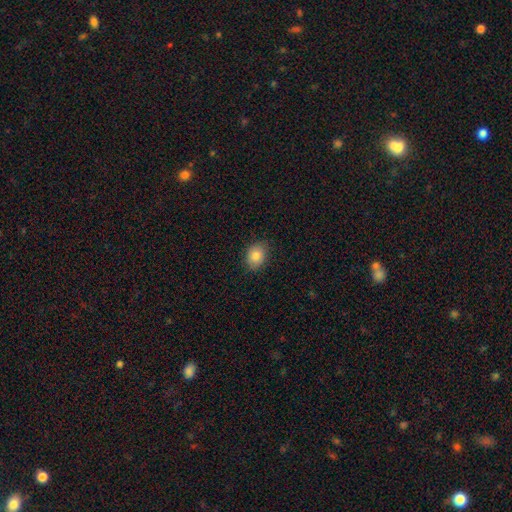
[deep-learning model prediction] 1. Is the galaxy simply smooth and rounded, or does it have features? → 86% smooth, 8% star or artifact, 6% featured or disk.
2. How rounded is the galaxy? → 61% in between, 38% round, 1% cigar-shaped.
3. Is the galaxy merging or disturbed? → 83% none, 13% minor disturbance, 3% major disturbance, 1% merger.